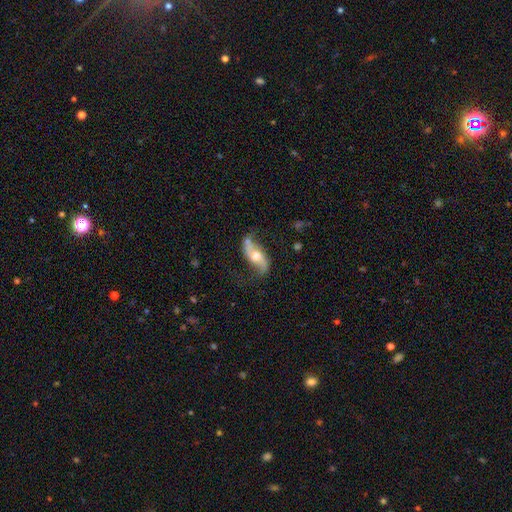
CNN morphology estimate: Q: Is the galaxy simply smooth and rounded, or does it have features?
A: featured or disk — 78%.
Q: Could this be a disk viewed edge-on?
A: no — 91%.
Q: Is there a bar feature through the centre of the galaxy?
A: no — 55%.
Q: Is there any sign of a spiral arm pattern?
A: yes — 92%.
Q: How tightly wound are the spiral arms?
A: loose — 80%.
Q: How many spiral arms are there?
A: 2 — 92%.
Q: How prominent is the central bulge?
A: moderate — 67%.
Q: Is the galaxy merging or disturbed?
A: none — 63%.